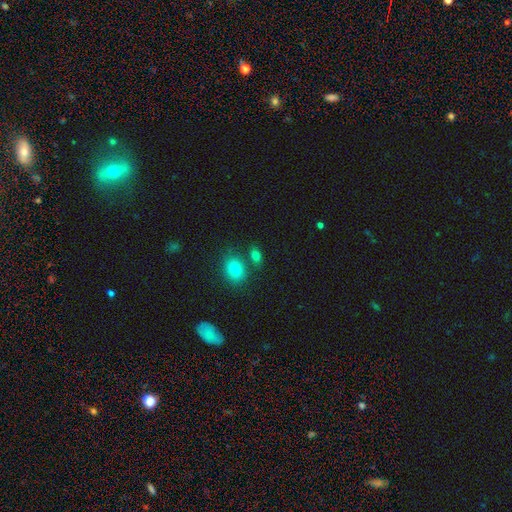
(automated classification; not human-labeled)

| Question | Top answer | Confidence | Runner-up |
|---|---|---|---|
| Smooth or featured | smooth | 78% | star or artifact (12%) |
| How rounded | in between | 72% | round (24%) |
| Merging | none | 66% | merger (18%) |